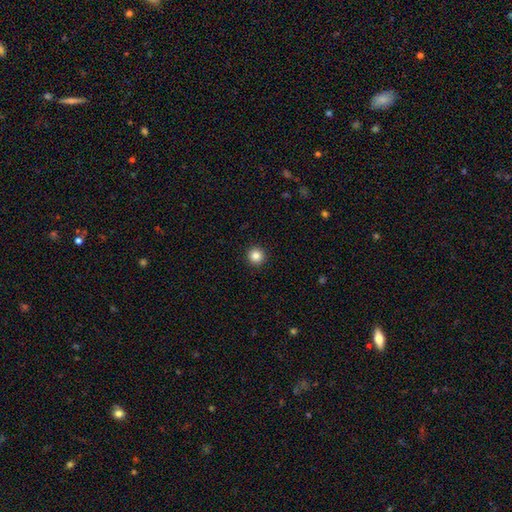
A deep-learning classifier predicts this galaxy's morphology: The model was most divided on "smooth or featured": smooth: 85%, star or artifact: 11%, featured or disk: 4%. More confident: how rounded — round (96%); merging — none (93%).